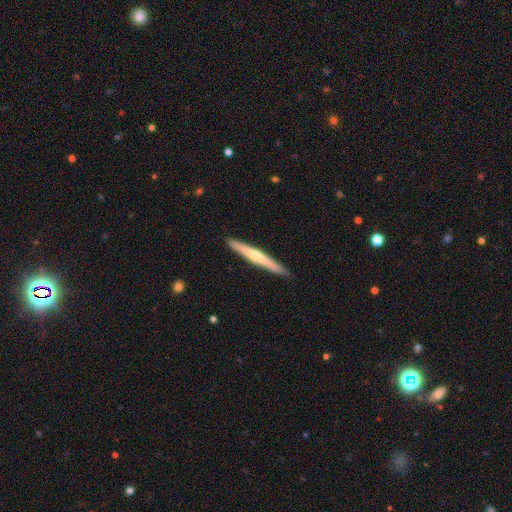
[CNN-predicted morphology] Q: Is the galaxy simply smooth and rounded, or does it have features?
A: featured or disk — 58%.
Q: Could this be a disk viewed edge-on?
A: yes — 97%.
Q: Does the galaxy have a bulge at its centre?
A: rounded — 72%.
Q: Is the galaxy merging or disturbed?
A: none — 91%.